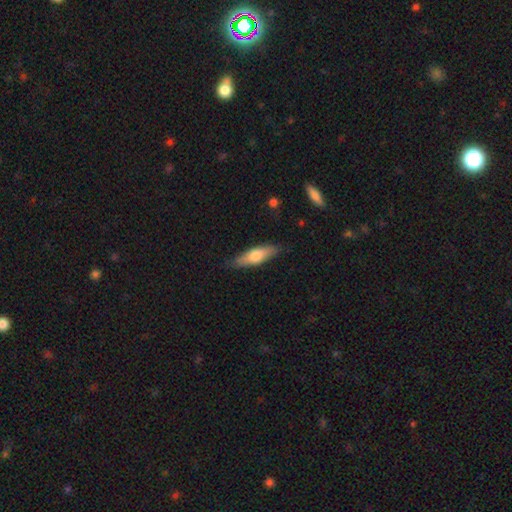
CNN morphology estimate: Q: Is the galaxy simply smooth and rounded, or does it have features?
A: smooth — 62%.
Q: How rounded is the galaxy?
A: cigar-shaped — 57%.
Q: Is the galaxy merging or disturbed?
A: none — 83%.